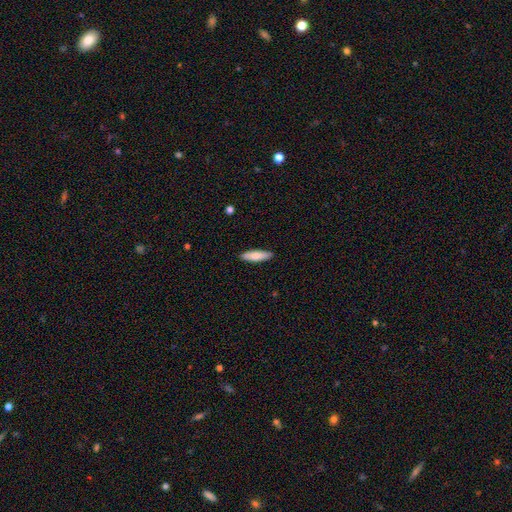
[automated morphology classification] Overall: smooth (81%). How rounded: cigar-shaped (63%; in between 35%). Merging: none (90%).